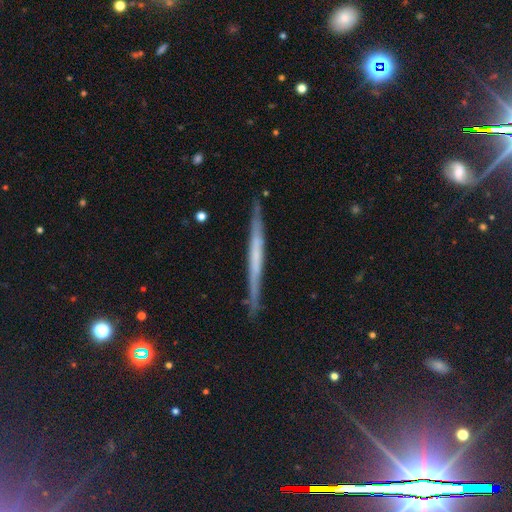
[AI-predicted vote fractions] A featured or disk galaxy (57%) viewed edge-on (96%) with no central bulge (83%). Merging: none (87%).